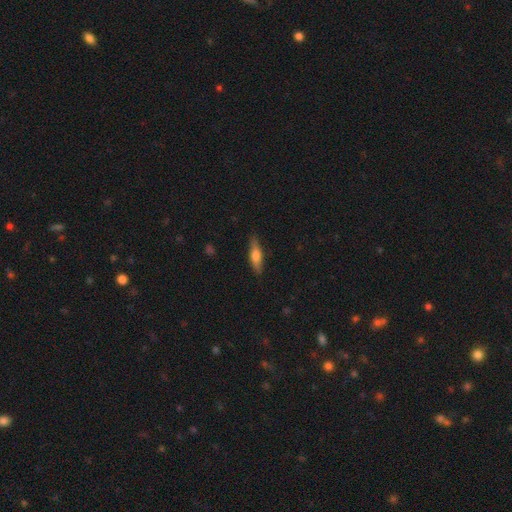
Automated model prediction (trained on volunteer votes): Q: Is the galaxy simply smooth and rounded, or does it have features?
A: smooth — 62%.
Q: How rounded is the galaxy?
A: cigar-shaped — 69%.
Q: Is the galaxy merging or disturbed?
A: none — 86%.